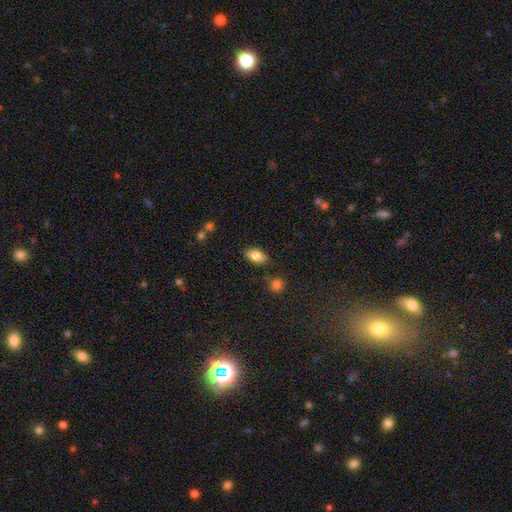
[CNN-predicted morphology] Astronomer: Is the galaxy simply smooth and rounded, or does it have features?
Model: smooth — 82%.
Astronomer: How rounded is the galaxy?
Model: in between — 91%.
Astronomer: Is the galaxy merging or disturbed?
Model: none — 81%.